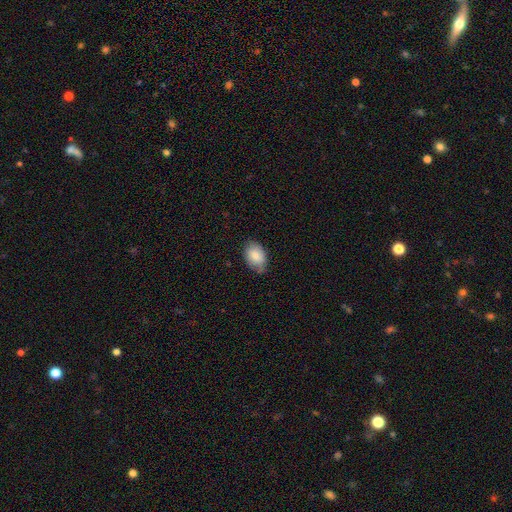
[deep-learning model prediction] Smooth or featured?
  - smooth: 83% *
  - featured or disk: 10%
  - star or artifact: 7%
How rounded?
  - in between: 88% *
  - round: 11%
  - cigar-shaped: 1%
Merging?
  - none: 70% *
  - minor disturbance: 25%
  - major disturbance: 4%
  - merger: 1%